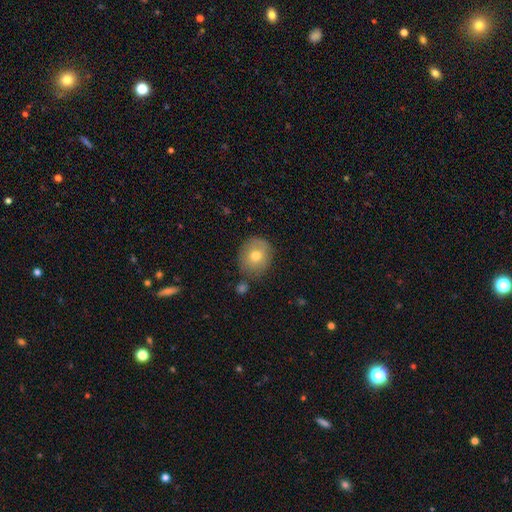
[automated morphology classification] smooth-or-featured: smooth: 70% | featured or disk: 21% | star or artifact: 9%
  how-rounded: round: 71% | in between: 28% | cigar-shaped: 1%
  merging: none: 71% | minor disturbance: 18% | merger: 6% | major disturbance: 4%